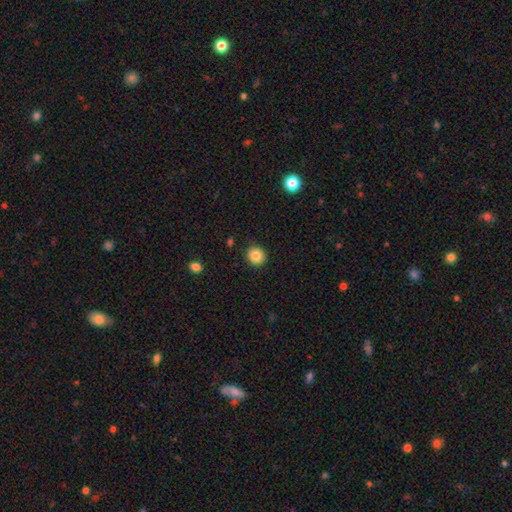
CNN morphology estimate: A smooth galaxy with no disk features (85%) that is round (90%). Merging: none (91%).